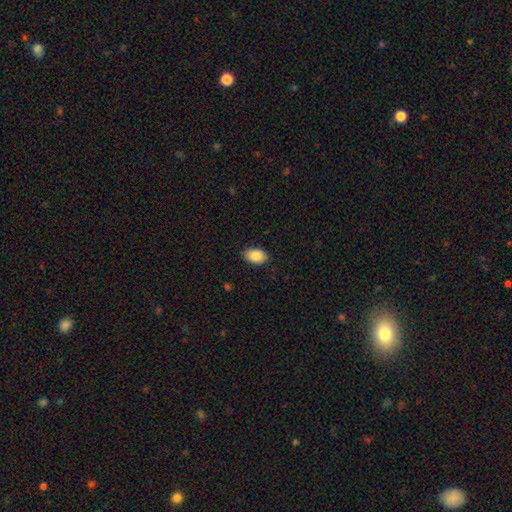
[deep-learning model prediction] Smooth or featured? Predicted: smooth (p=0.88). How rounded? Predicted: in between (p=0.89). Merging? Predicted: none (p=0.87).